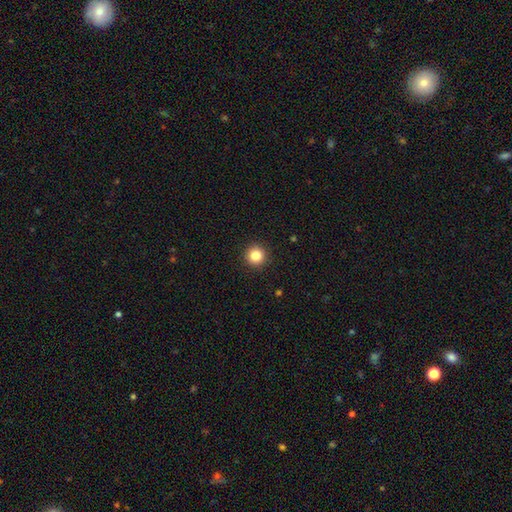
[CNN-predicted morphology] type=smooth (84%); roundness=round (96%); merging=none (93%).